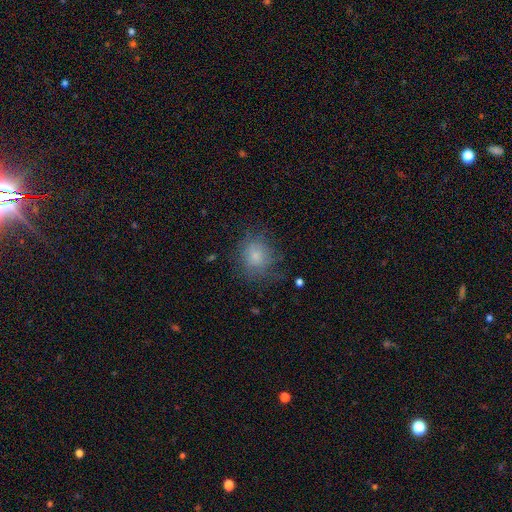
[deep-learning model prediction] The model was most divided on "merging": none: 61%, minor disturbance: 23%, major disturbance: 15%, merger: 2%. More confident: how rounded — round (77%); smooth or featured — smooth (73%).